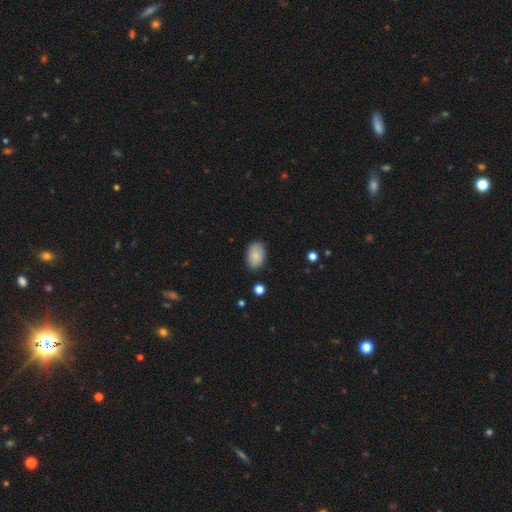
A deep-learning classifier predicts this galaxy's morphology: Smooth or featured? smooth (84%)
How rounded? in between (89%)
Merging? none (84%)